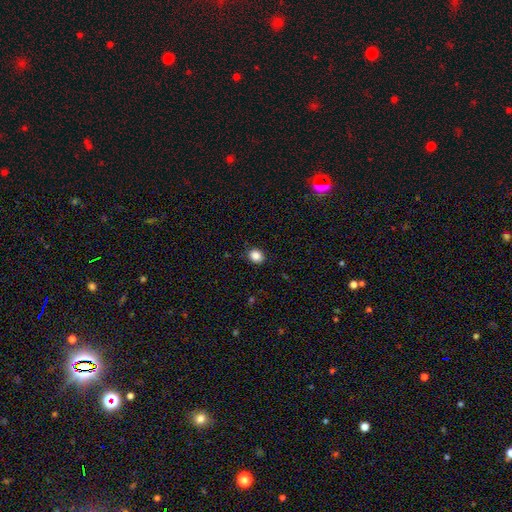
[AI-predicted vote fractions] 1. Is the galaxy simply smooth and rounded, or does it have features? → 86% smooth, 10% star or artifact, 4% featured or disk.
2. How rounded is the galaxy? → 57% round, 43% in between, 1% cigar-shaped.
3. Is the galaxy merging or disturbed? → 88% none, 9% minor disturbance, 2% major disturbance, 1% merger.